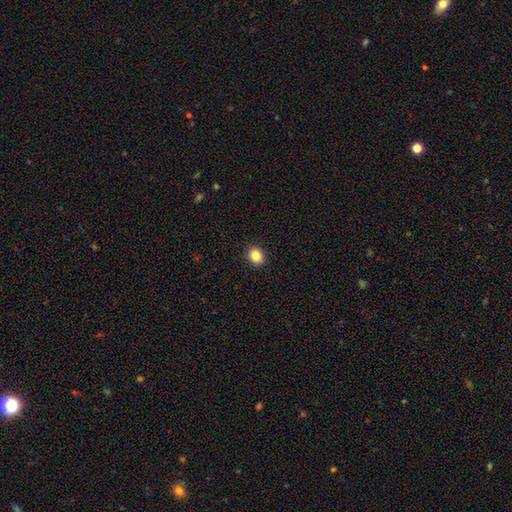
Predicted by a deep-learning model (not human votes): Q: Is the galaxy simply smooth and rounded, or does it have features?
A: smooth — 86%.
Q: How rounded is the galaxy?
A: round — 59%.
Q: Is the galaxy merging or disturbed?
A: none — 91%.